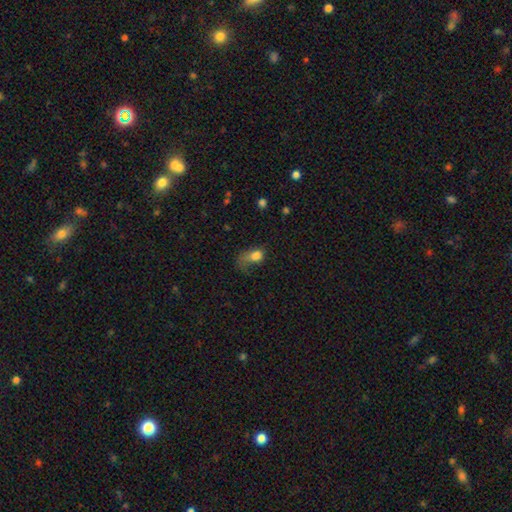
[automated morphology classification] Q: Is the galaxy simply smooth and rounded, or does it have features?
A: smooth — 76%.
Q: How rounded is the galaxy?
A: in between — 76%.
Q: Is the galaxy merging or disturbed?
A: major disturbance — 53%.